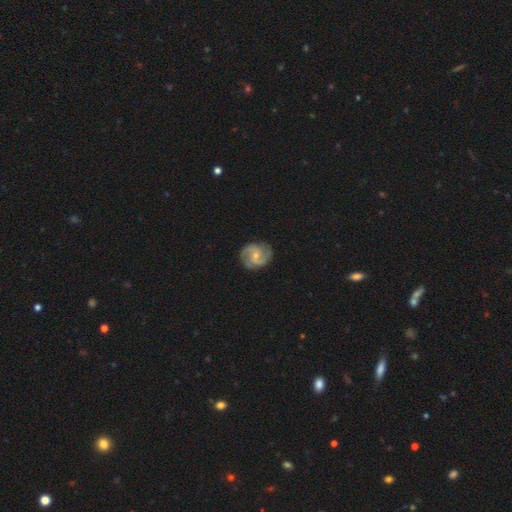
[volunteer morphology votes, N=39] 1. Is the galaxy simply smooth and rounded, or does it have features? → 95% featured or disk, 5% smooth, 0% star or artifact.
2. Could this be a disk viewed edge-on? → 97% no, 3% yes.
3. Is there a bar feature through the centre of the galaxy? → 61% weak, 33% no, 6% strong.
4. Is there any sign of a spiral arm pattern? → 97% yes, 3% no.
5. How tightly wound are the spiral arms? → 49% medium, 31% tight, 20% loose.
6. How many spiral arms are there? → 77% 2, 11% 3, 9% can't tell, 3% 1, 0% 4, 0% more than 4.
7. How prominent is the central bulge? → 53% moderate, 44% small, 3% none, 0% dominant, 0% large.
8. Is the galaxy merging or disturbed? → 92% none, 5% minor disturbance, 3% merger, 0% major disturbance.